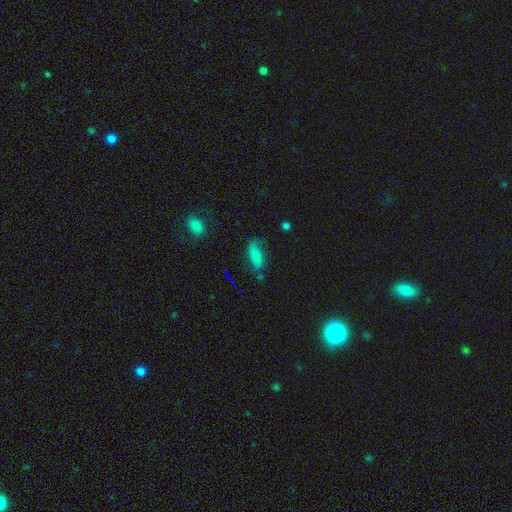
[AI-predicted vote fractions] Smooth or featured?
  - smooth: 57% *
  - featured or disk: 32%
  - star or artifact: 12%
How rounded?
  - in between: 72% *
  - cigar-shaped: 23%
  - round: 5%
Merging?
  - none: 61% *
  - minor disturbance: 25%
  - major disturbance: 10%
  - merger: 4%